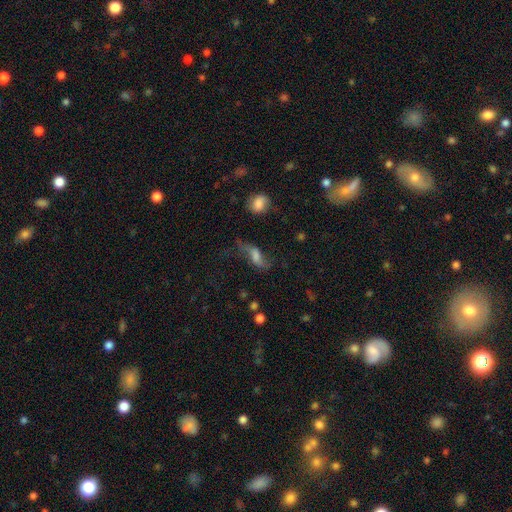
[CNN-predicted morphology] Smooth or featured?
  - featured or disk: 48% *
  - smooth: 40%
  - star or artifact: 13%
Merging?
  - none: 48% *
  - major disturbance: 24%
  - minor disturbance: 23%
  - merger: 5%